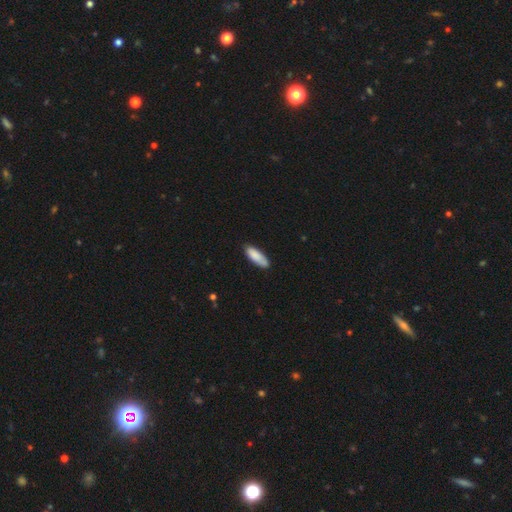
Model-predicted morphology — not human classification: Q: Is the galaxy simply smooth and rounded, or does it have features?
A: smooth — 86%.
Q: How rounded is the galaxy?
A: in between — 63%.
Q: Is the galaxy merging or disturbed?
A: none — 79%.